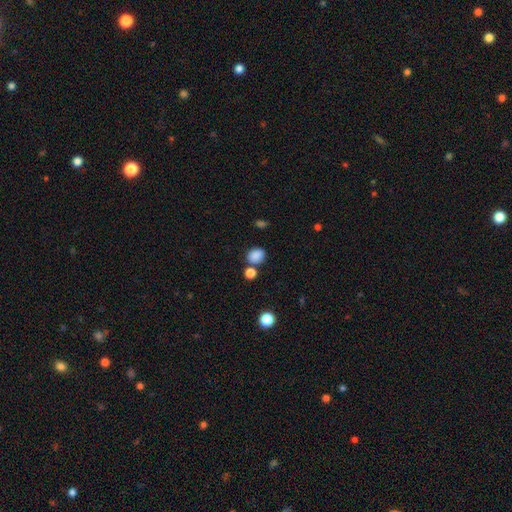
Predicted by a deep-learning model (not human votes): The model was most divided on "how rounded": round: 56%, in between: 44%, cigar-shaped: 1%. More confident: smooth or featured — smooth (85%); merging — none (67%).